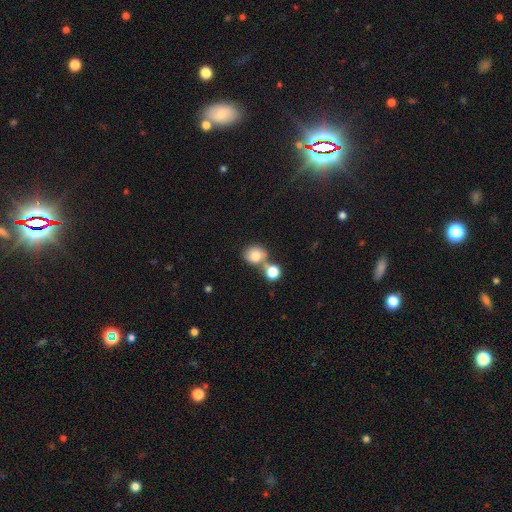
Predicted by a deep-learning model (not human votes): The model was most divided on "merging": merger: 43%, none: 38%, minor disturbance: 13%, major disturbance: 6%. More confident: smooth or featured — smooth (79%); how rounded — round (71%).